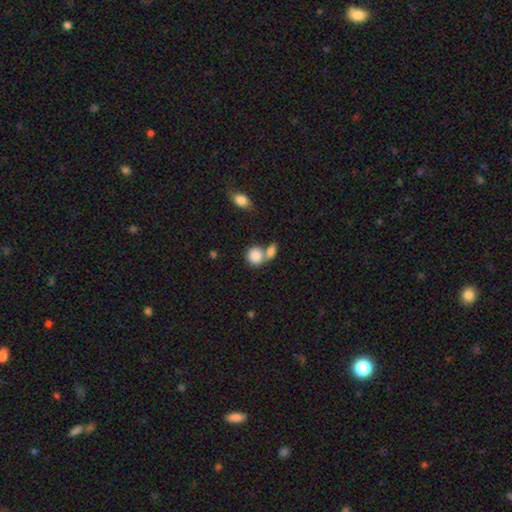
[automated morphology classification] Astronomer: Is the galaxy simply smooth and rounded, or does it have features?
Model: smooth — 85%.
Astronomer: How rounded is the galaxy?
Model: round — 71%.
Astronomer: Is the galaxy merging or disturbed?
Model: merger — 49% (runner-up: none, 38%).